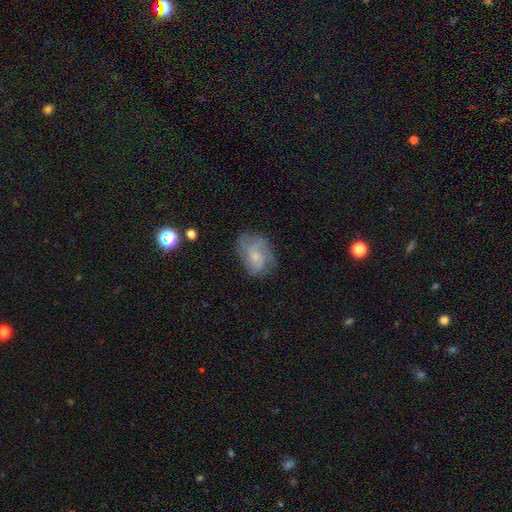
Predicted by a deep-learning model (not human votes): smooth_or_featured: featured or disk (p=0.53) [alt: smooth p=0.38]
disk_edge_on: no (p=0.97) [alt: yes p=0.03]
bar: no (p=0.72) [alt: weak p=0.25]
has_spiral_arms: yes (p=0.81) [alt: no p=0.19]
bulge_size: small (p=0.56) [alt: moderate p=0.30]
merging: none (p=0.66) [alt: minor disturbance p=0.23]